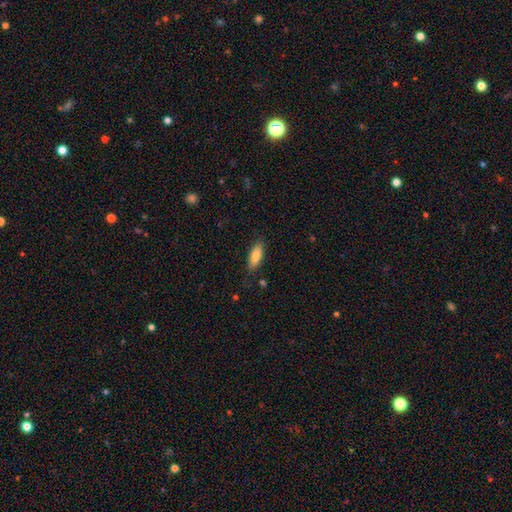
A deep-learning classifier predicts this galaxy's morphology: smooth_or_featured: smooth (p=0.83) [alt: featured or disk p=0.11]
how_rounded: in between (p=0.73) [alt: cigar-shaped p=0.25]
merging: none (p=0.81) [alt: minor disturbance p=0.14]